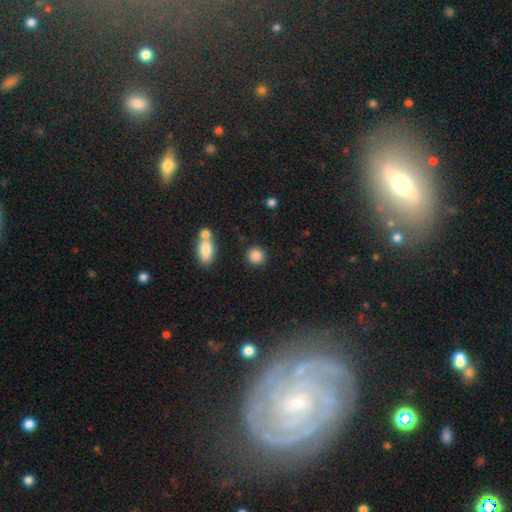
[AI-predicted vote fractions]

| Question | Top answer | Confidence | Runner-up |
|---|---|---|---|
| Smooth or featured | smooth | 86% | star or artifact (9%) |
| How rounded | round | 87% | in between (11%) |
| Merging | none | 85% | minor disturbance (7%) |